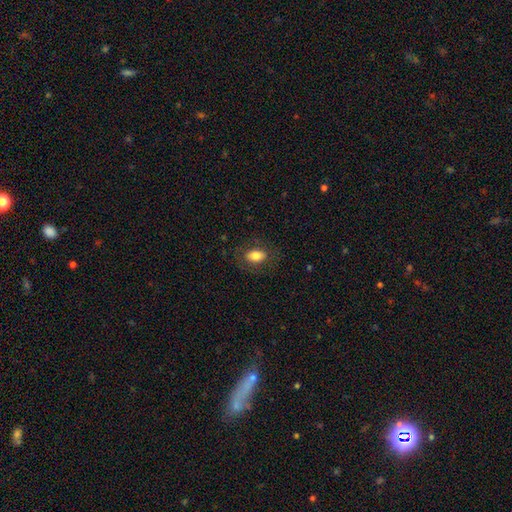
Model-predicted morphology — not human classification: This appears to be a smooth galaxy with no disk features (78%) that is in between round and cigar-shaped (85%). Merging: none (79%).